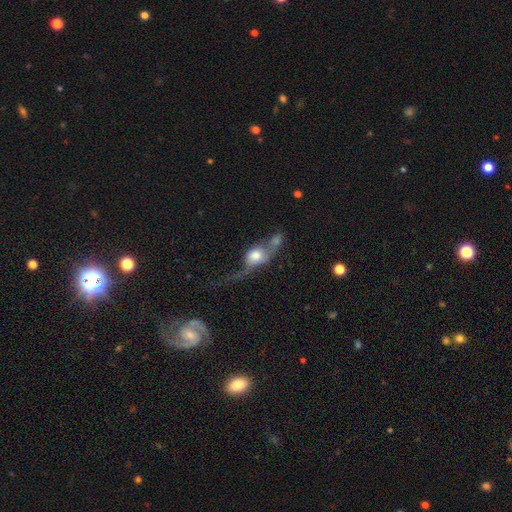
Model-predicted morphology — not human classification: Smooth or featured? smooth (51%)
How rounded? in between (47%)
Merging? merger (39%)